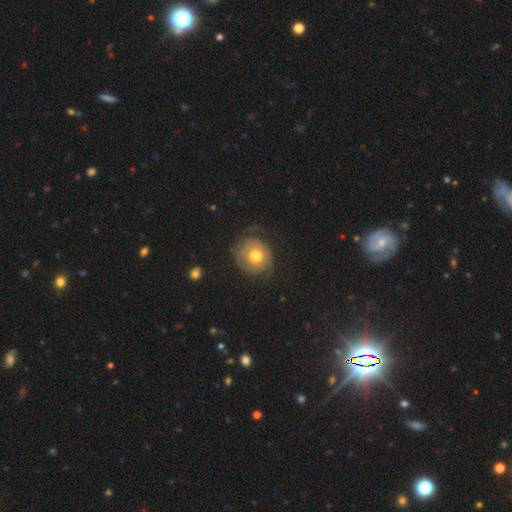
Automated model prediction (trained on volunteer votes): Q: Smooth or featured?
A: featured or disk (54%); runner-up: smooth (39%)
Q: Edge-on disk?
A: no (96%); runner-up: yes (4%)
Q: Bar?
A: no (85%); runner-up: weak (12%)
Q: Spiral arms?
A: yes (71%); runner-up: no (29%)
Q: Bulge size?
A: moderate (74%); runner-up: large (14%)
Q: Merging?
A: none (61%); runner-up: minor disturbance (23%)